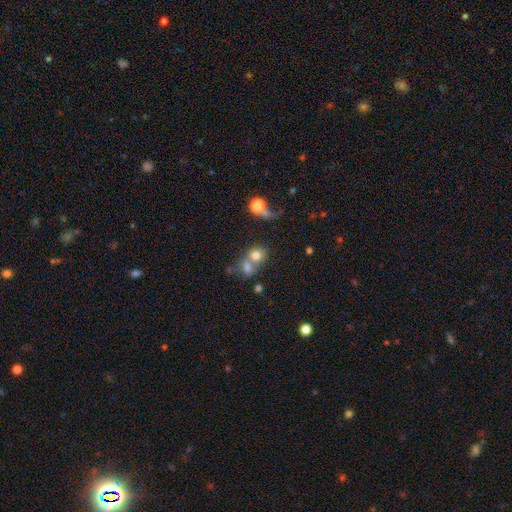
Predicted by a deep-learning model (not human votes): Smooth or featured: smooth — 71% (featured or disk — 15%)
How rounded: round — 73% (in between — 26%)
Merging: merger — 56% (none — 31%)